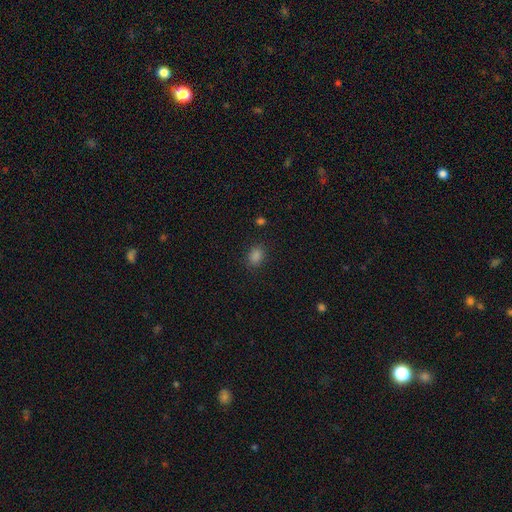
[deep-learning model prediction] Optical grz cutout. It shows a smooth galaxy with no disk features (81%) that is in between round and cigar-shaped (61%). Merging: none (86%).